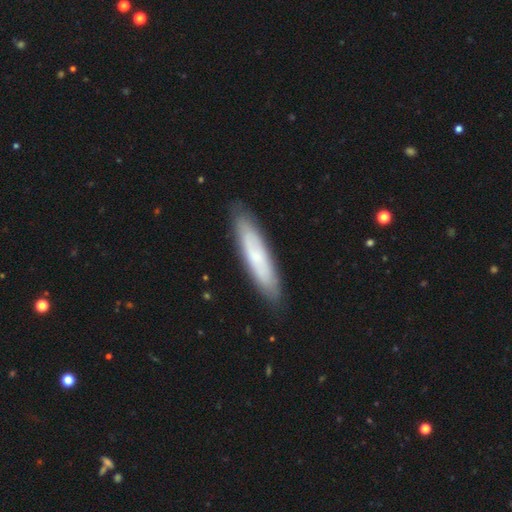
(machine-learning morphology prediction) A smooth galaxy with no disk features (52%) that is cigar-shaped (82%). Merging: none (85%).